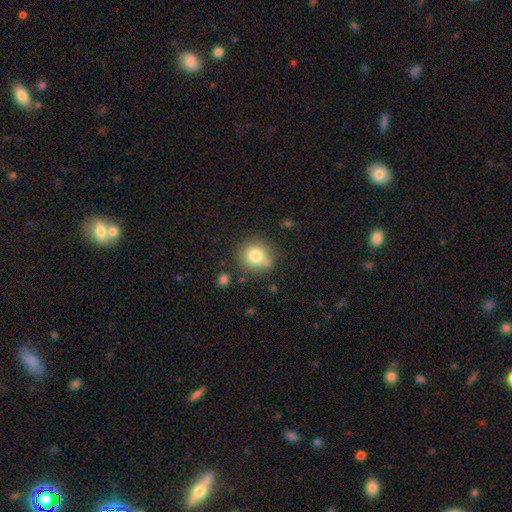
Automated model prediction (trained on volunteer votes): Morphology: type=smooth (79%); roundness=round (86%); merging=none (73%).